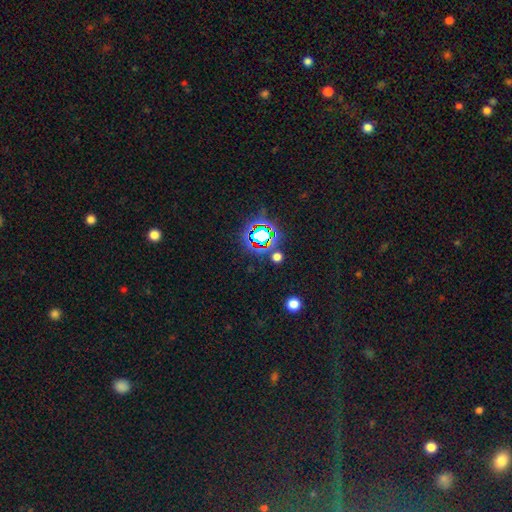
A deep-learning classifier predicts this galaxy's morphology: Smooth or featured?
  - star or artifact: 81% *
  - smooth: 12%
  - featured or disk: 7%